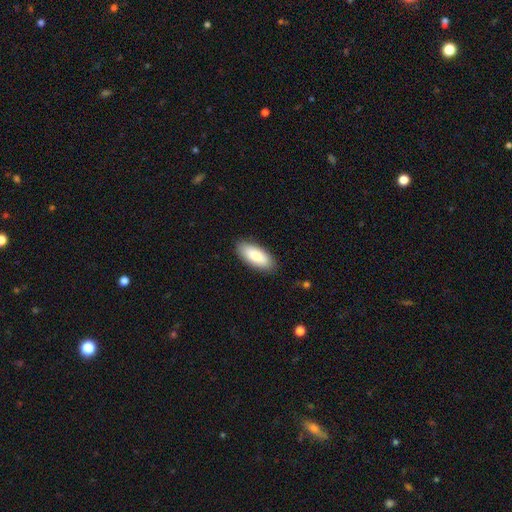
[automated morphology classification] A smooth galaxy with no disk features (85%) that is in between round and cigar-shaped (82%). Merging: none (88%).